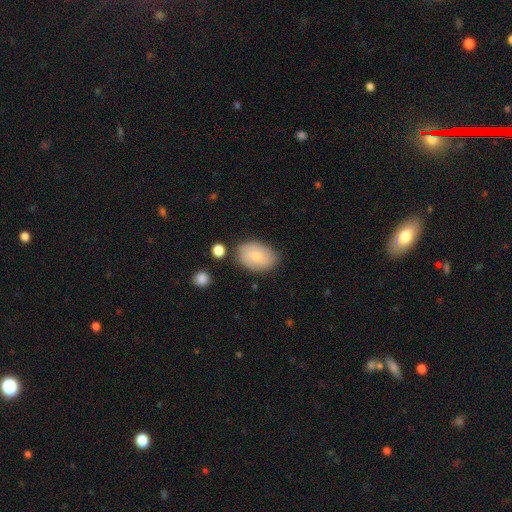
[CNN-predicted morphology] smooth-or-featured: smooth: 70% | featured or disk: 23% | star or artifact: 7%
  how-rounded: in between: 84% | round: 15% | cigar-shaped: 1%
  merging: none: 77% | minor disturbance: 17% | major disturbance: 4% | merger: 3%